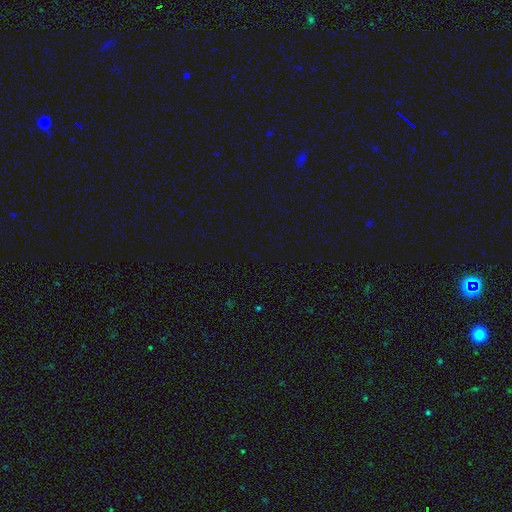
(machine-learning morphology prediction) star or artifact 71%, smooth 22%, featured or disk 7%.